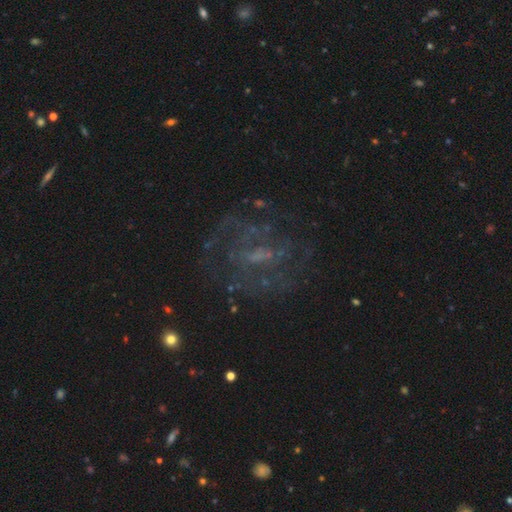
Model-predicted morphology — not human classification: Smooth or featured? Predicted: featured or disk (p=0.69). Edge-on disk? Predicted: no (p=0.95). Bar? Predicted: weak (p=0.46). Spiral arms? Predicted: yes (p=0.70). Bulge size? Predicted: none (p=0.37, tied with small). Merging? Predicted: none (p=0.65).